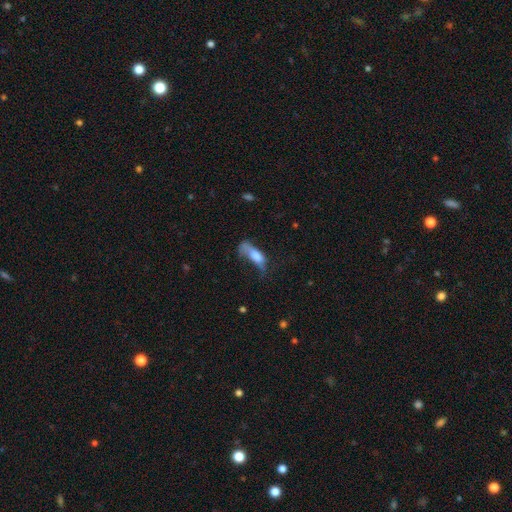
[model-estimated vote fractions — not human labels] The model was most divided on "merging": major disturbance: 47%, minor disturbance: 23%, none: 21%, merger: 9%. More confident: smooth or featured — smooth (66%); how rounded — in between (65%).